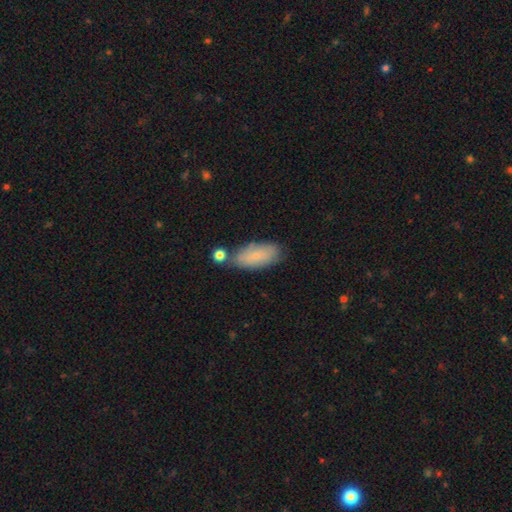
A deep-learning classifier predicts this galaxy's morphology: Smooth or featured? Predicted: smooth (p=0.74). How rounded? Predicted: in between (p=0.86). Merging? Predicted: none (p=0.65).